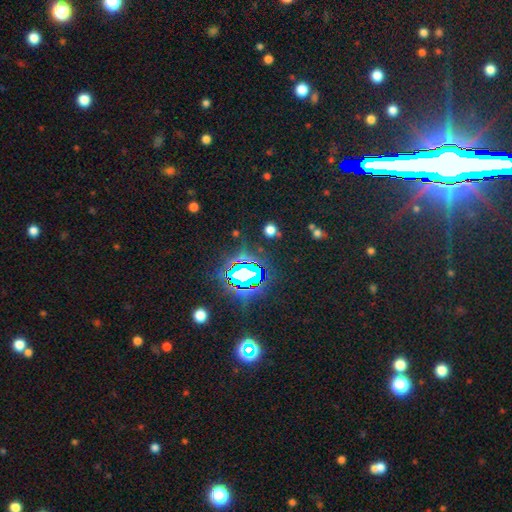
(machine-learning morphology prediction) type=star or artifact (81%).